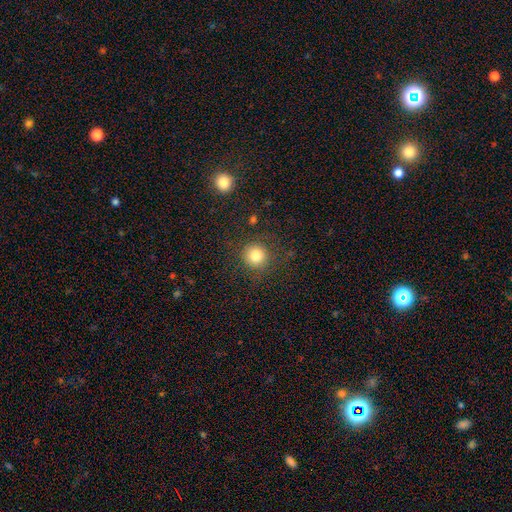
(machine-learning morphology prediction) A smooth galaxy with no disk features (82%) that is round (93%). Merging: none (85%).